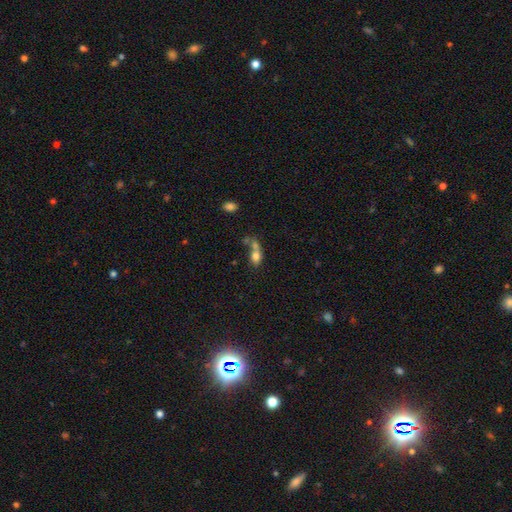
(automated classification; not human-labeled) smooth_or_featured: smooth (p=0.74) [alt: featured or disk p=0.15]
how_rounded: in between (p=0.71) [alt: round p=0.25]
merging: merger (p=0.56) [alt: none p=0.25]